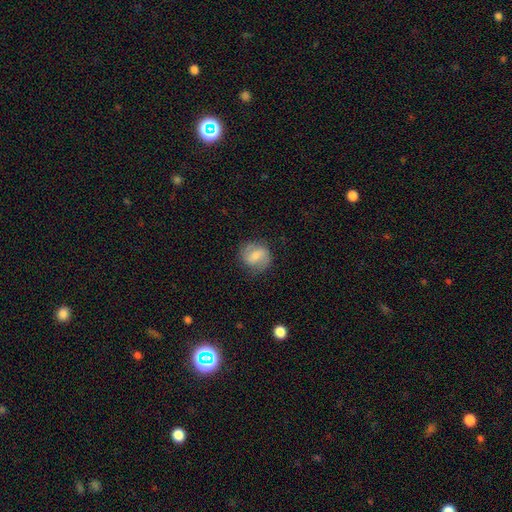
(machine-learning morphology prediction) smooth 52%, featured or disk 40%, star or artifact 8%. Down the decision tree: how rounded — round (73%); merging — none (76%).